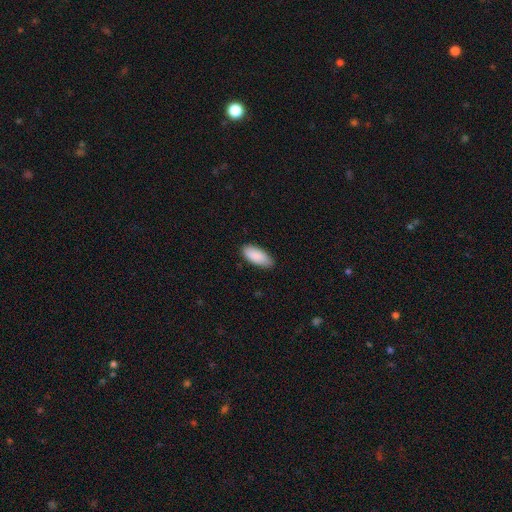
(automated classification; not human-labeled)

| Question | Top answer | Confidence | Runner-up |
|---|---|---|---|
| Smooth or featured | smooth | 90% | star or artifact (6%) |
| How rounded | in between | 87% | cigar-shaped (11%) |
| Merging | none | 80% | minor disturbance (17%) |